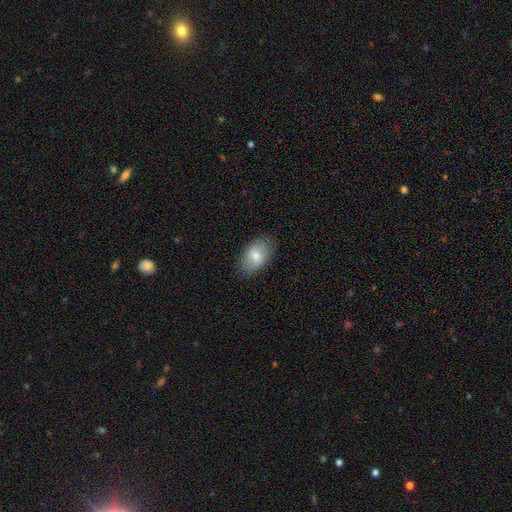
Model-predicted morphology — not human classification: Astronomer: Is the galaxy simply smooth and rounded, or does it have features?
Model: smooth — 77%.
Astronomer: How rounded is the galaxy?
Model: in between — 92%.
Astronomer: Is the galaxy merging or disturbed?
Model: none — 84%.